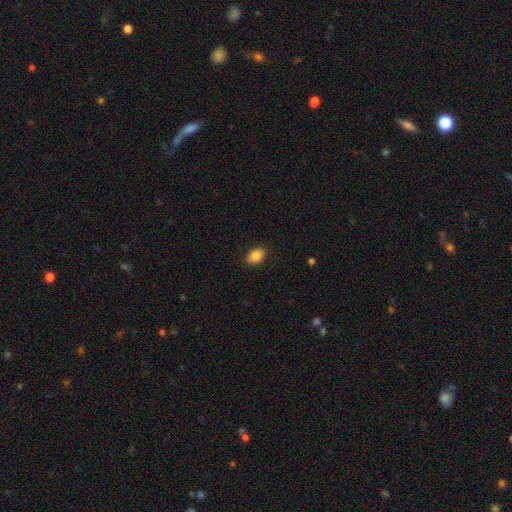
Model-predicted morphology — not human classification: Overall: smooth (87%). How rounded: in between (83%). Merging: none (88%).